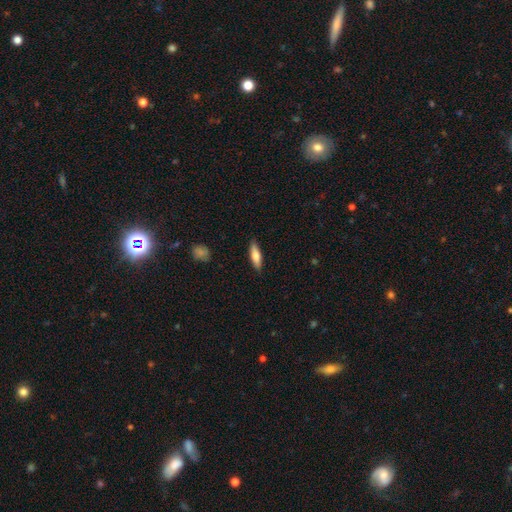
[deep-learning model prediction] A smooth galaxy with no disk features (72%) that is cigar-shaped (55%). Merging: none (88%).